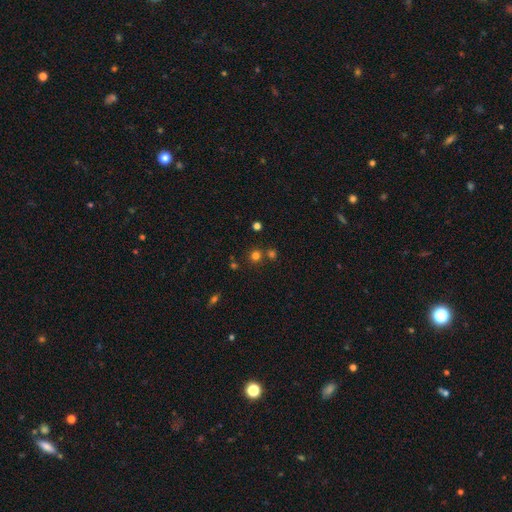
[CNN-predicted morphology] Smooth or featured?
  - smooth: 71% *
  - star or artifact: 23%
  - featured or disk: 7%
How rounded?
  - round: 93% *
  - in between: 6%
  - cigar-shaped: 1%
Merging?
  - none: 76% *
  - merger: 15%
  - minor disturbance: 7%
  - major disturbance: 3%